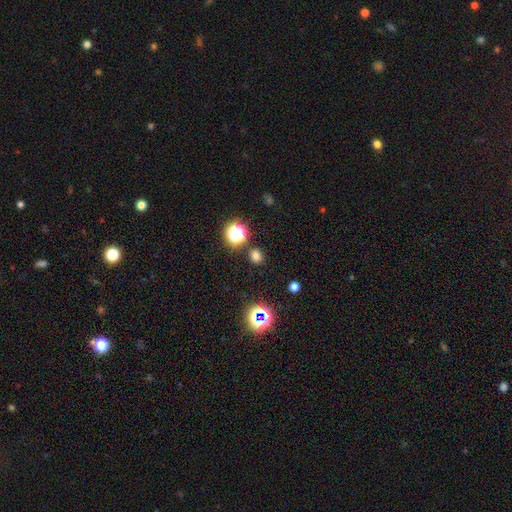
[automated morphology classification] This is likely a smooth galaxy (73%). How rounded: likely round (76%). Merging: clearly none (86%).